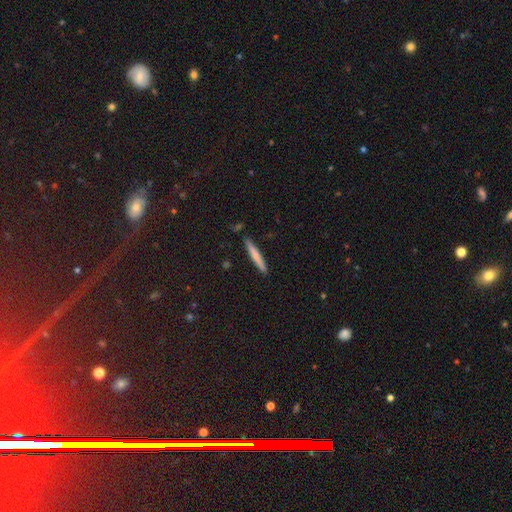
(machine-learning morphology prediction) Smooth or featured? Predicted: smooth (p=0.68). How rounded? Predicted: cigar-shaped (p=0.95). Merging? Predicted: none (p=0.88).